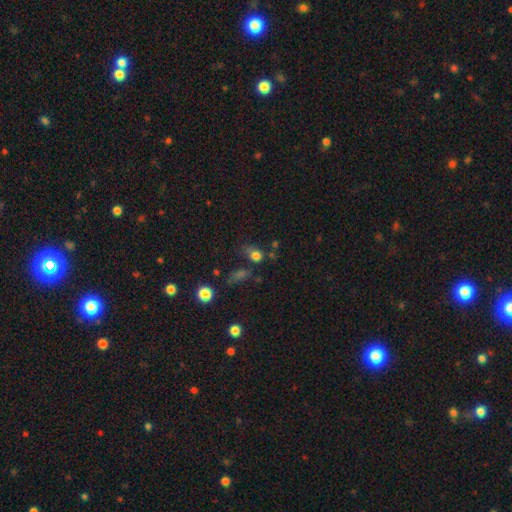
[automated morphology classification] This is likely a smooth galaxy (73%). How rounded: possibly round (50%). Merging: possibly none (48%).